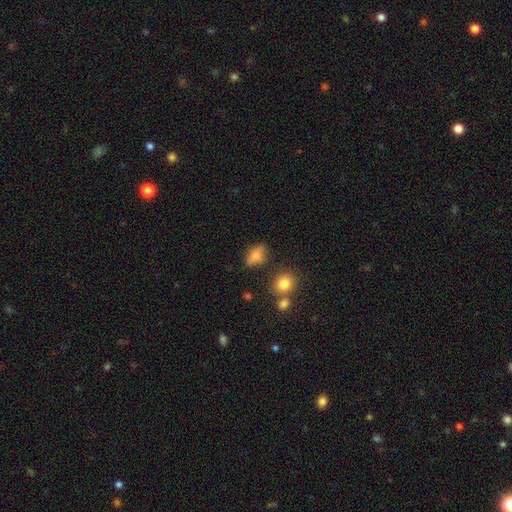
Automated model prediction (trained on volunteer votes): This appears to be a smooth galaxy with no disk features (69%) that is in between round and cigar-shaped (74%). Merging: none (65%).